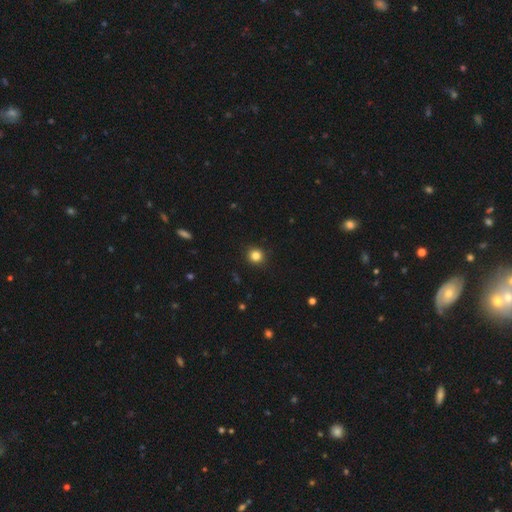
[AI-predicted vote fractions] The model was most divided on "smooth or featured": smooth: 84%, star or artifact: 12%, featured or disk: 4%. More confident: how rounded — round (92%); merging — none (92%).